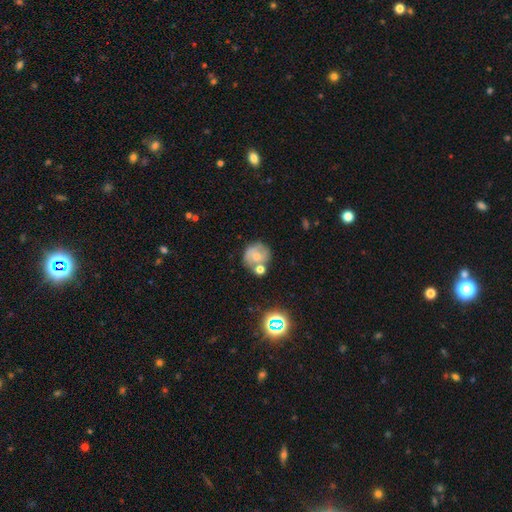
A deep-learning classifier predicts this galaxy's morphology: smooth-or-featured: smooth: 46% | featured or disk: 43% | star or artifact: 12%
  merging: none: 53% | merger: 22% | minor disturbance: 18% | major disturbance: 8%